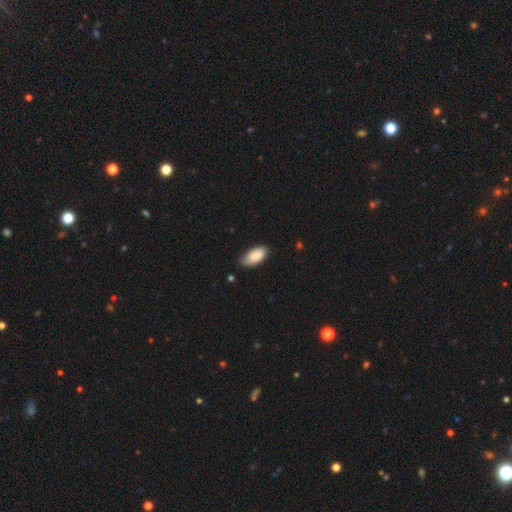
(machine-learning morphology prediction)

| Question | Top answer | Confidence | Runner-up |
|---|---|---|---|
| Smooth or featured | smooth | 88% | featured or disk (6%) |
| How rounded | in between | 93% | cigar-shaped (6%) |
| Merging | none | 74% | minor disturbance (22%) |